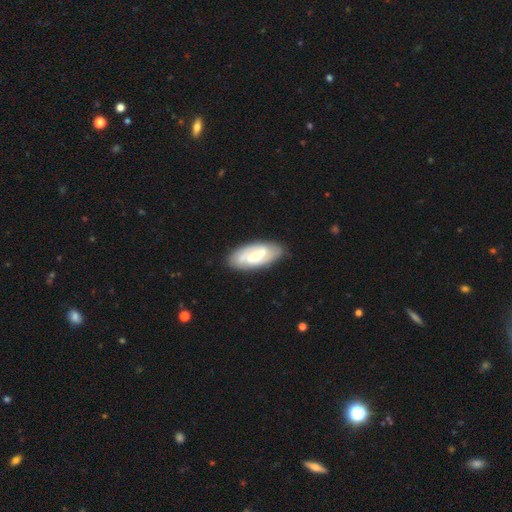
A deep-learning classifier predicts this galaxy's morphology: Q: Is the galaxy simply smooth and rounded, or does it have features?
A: featured or disk — 74%.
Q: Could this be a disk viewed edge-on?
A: no — 92%.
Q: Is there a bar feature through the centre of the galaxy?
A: weak — 45%.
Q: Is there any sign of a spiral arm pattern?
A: yes — 84%.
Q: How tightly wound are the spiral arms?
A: tight — 42%.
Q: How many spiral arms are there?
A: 2 — 74%.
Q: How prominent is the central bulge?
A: moderate — 60%.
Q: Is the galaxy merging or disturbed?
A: none — 83%.